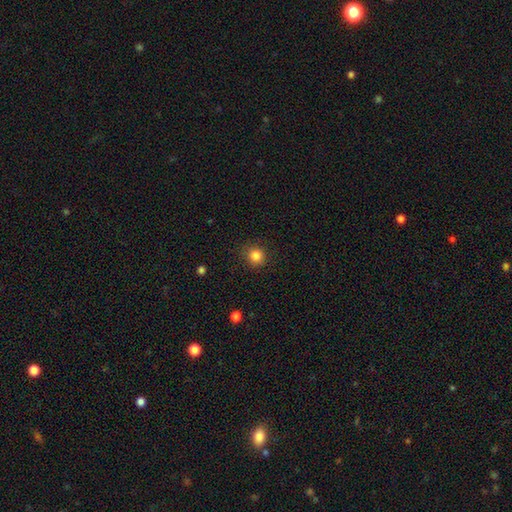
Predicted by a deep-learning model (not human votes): A smooth galaxy with no disk features (84%) that is round (92%). Merging: none (88%).